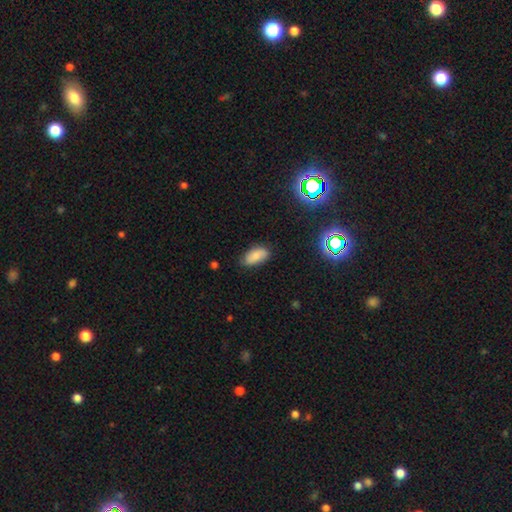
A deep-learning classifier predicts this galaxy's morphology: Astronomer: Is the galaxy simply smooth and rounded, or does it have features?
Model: smooth — 79%.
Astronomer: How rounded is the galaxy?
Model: in between — 90%.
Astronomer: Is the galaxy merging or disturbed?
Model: none — 78%.